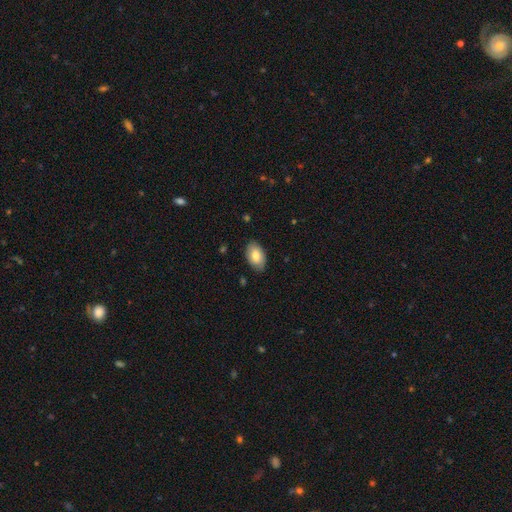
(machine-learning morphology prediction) Smooth or featured?
  - smooth: 81% *
  - featured or disk: 13%
  - star or artifact: 6%
How rounded?
  - in between: 93% *
  - round: 6%
  - cigar-shaped: 1%
Merging?
  - none: 84% *
  - minor disturbance: 13%
  - major disturbance: 2%
  - merger: 1%